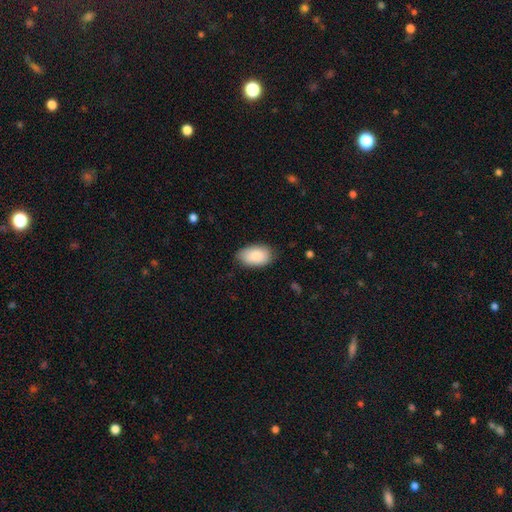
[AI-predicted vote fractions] Smooth or featured? smooth (87%)
How rounded? in between (93%)
Merging? none (79%)